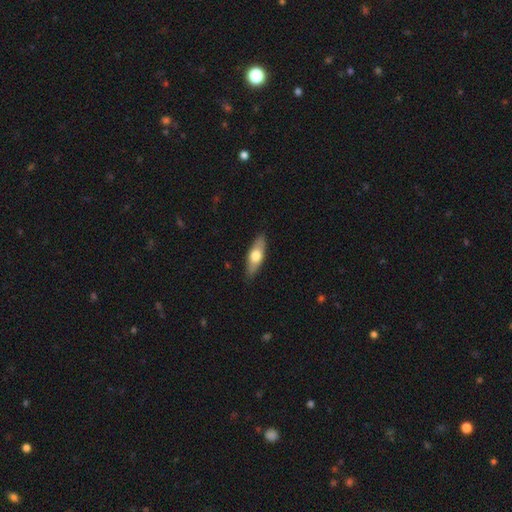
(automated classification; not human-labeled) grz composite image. It shows a smooth galaxy with no disk features (59%) that is in between round and cigar-shaped (60%). Merging: none (86%).